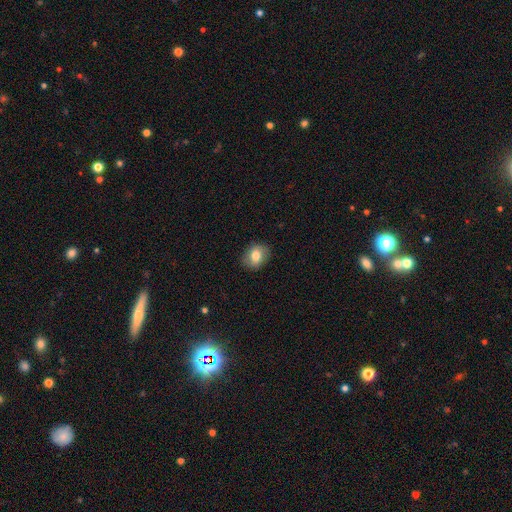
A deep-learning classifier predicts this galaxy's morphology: Q: Smooth or featured?
A: smooth (78%); runner-up: featured or disk (13%)
Q: How rounded?
A: in between (53%); runner-up: round (46%)
Q: Merging?
A: none (85%); runner-up: minor disturbance (11%)